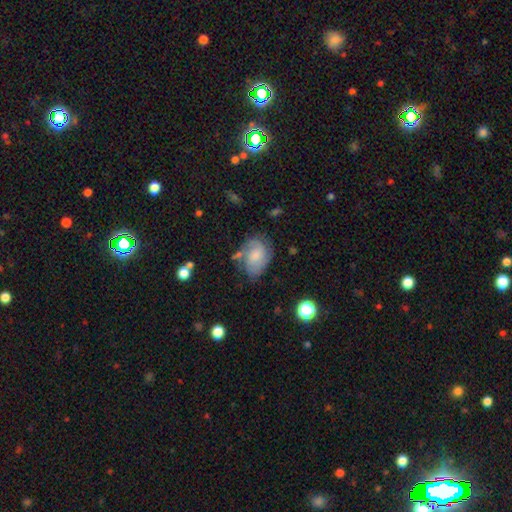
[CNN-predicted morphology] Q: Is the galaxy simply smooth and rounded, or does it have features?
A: smooth — 48%.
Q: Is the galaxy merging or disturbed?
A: none — 57%.